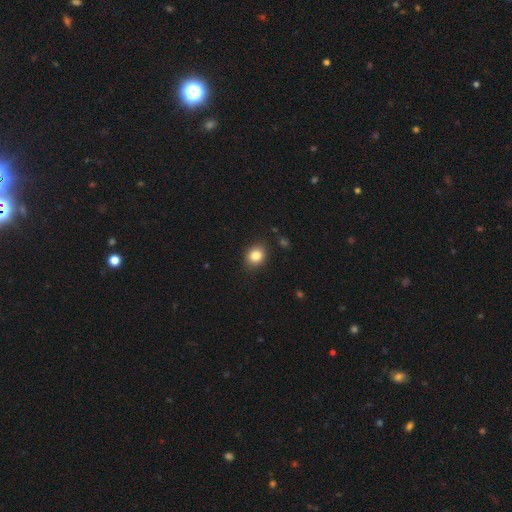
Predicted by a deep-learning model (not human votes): Smooth or featured? Predicted: smooth (p=0.83). How rounded? Predicted: round (p=0.57). Merging? Predicted: none (p=0.88).